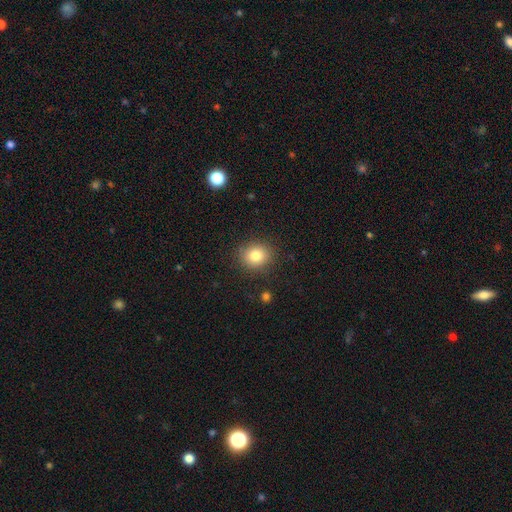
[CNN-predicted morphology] A smooth galaxy with no disk features (81%) that is round (76%). Merging: none (88%).